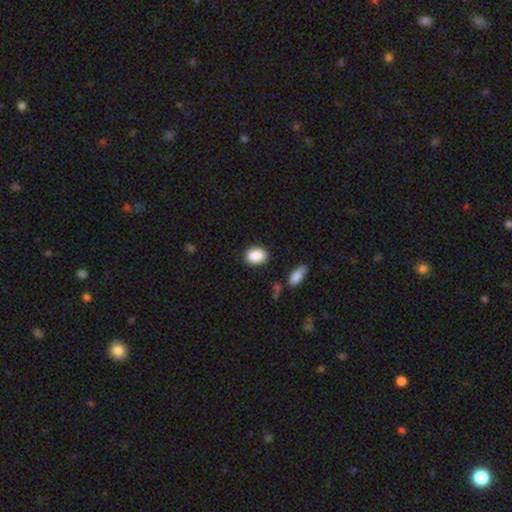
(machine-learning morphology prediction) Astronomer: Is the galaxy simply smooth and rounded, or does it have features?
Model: smooth — 89%.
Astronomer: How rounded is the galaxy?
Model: in between — 74%.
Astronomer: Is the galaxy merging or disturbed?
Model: none — 84%.